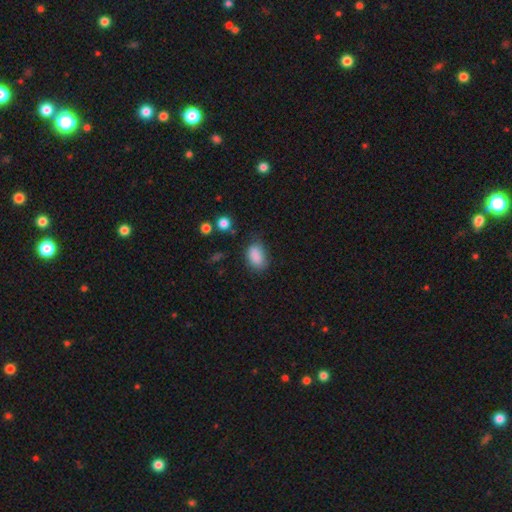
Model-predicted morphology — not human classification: The model was most divided on "merging": none: 64%, minor disturbance: 26%, major disturbance: 7%, merger: 3%. More confident: smooth or featured — smooth (85%); how rounded — in between (84%).